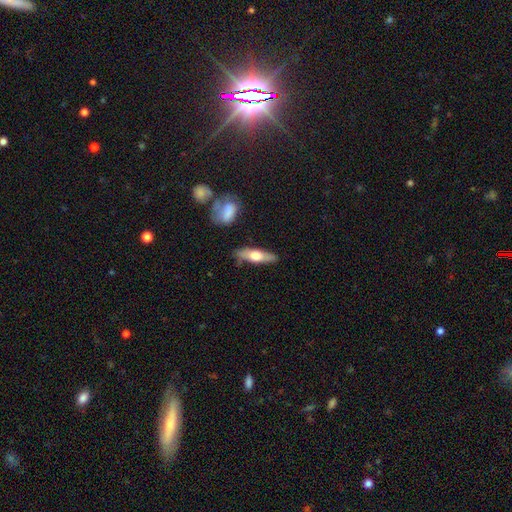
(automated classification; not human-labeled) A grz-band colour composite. It shows a smooth galaxy with no disk features (48%). Merging: none (79%).